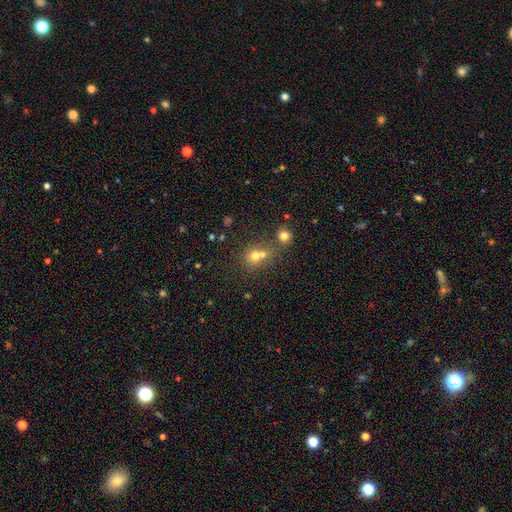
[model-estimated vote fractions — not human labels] Smooth or featured? Predicted: smooth (p=0.69). How rounded? Predicted: round (p=0.79). Merging? Predicted: merger (p=0.49).